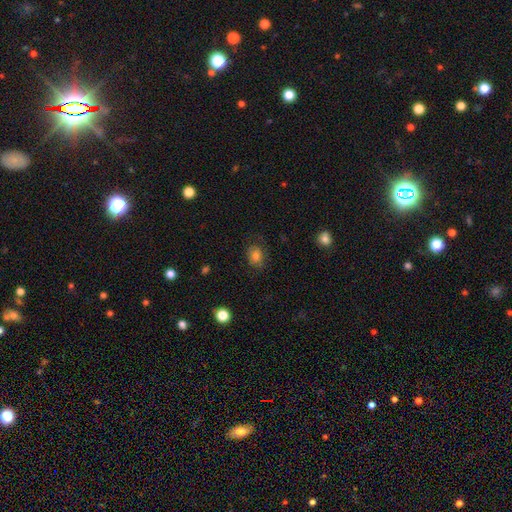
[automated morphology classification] This is likely a smooth galaxy (78%). How rounded: possibly round (50%). Merging: likely none (74%).